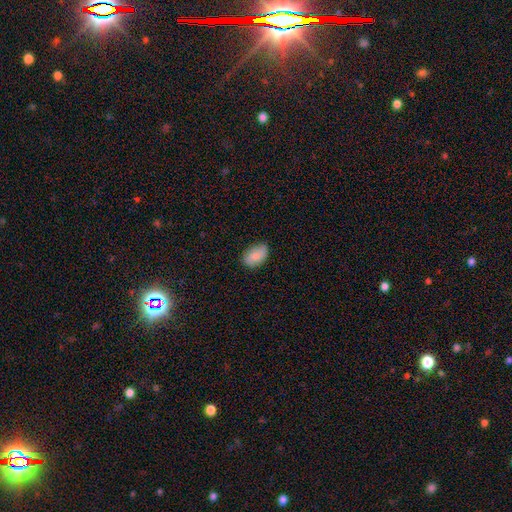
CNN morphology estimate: type=smooth (83%); roundness=in between (91%); merging=none (77%).